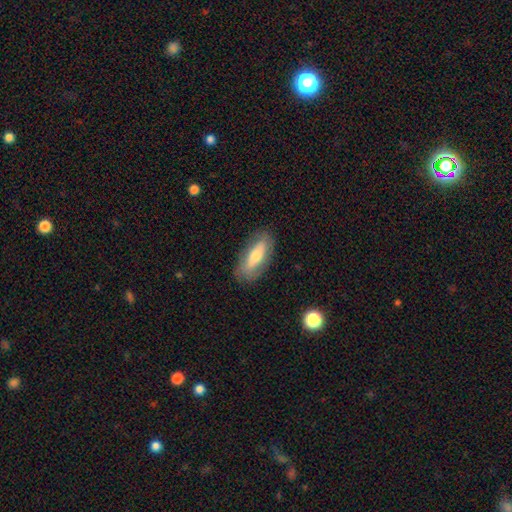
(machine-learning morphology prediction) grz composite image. It shows a smooth galaxy with no disk features (58%) that is in between round and cigar-shaped (70%). Merging: none (82%).